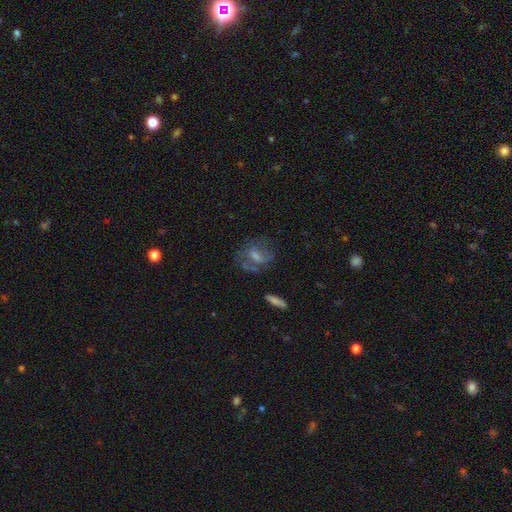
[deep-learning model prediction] Overall: featured or disk (54%; smooth 30%). Edge-on disk: no (93%). Merging: none (64%).